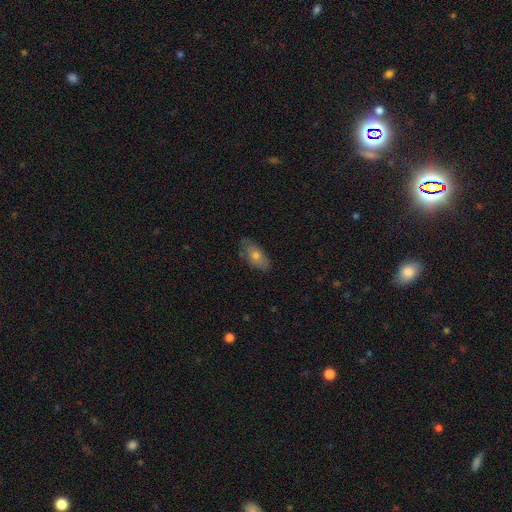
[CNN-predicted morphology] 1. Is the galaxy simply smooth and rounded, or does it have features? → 65% smooth, 27% featured or disk, 7% star or artifact.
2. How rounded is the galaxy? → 84% in between, 11% cigar-shaped, 4% round.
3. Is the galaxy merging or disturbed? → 78% none, 18% minor disturbance, 3% major disturbance, 1% merger.